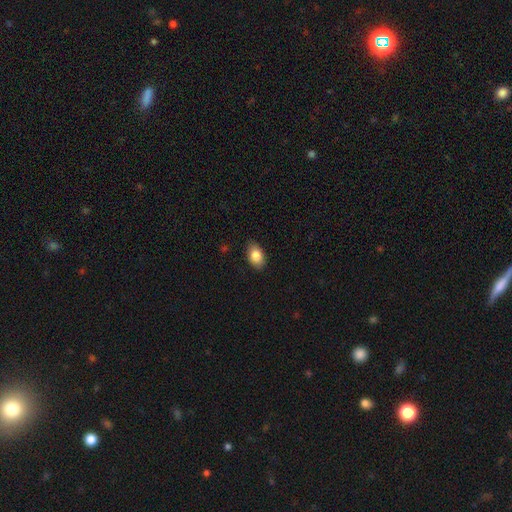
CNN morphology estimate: A smooth galaxy with no disk features (84%) that is in between round and cigar-shaped (89%).

Vote fractions:
- Smooth or featured? smooth: 84% / featured or disk: 9% / star or artifact: 7%
- How rounded? in between: 89% / round: 9% / cigar-shaped: 1%
- Merging? none: 86% / minor disturbance: 11% / major disturbance: 2% / merger: 1%